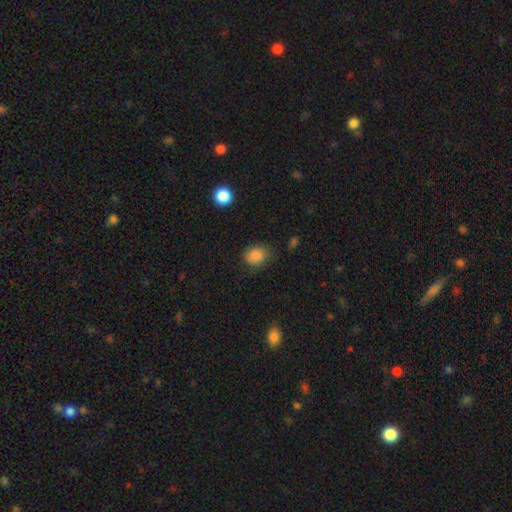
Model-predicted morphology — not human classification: Smooth or featured? Predicted: smooth (p=0.84). How rounded? Predicted: round (p=0.58). Merging? Predicted: none (p=0.71).